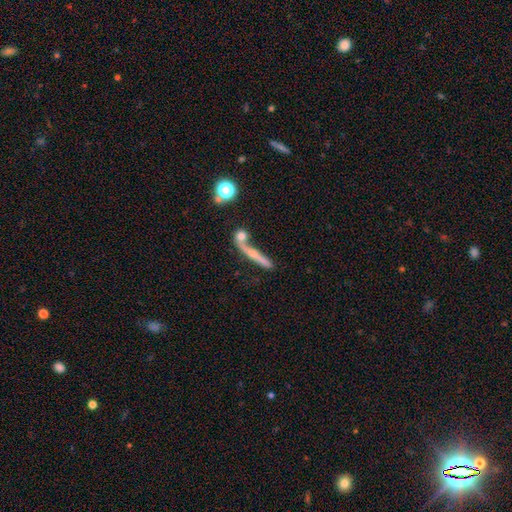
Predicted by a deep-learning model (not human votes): A smooth galaxy with no disk features (47%).

Vote fractions:
- Smooth or featured? smooth: 47% / featured or disk: 42% / star or artifact: 11%
- Merging? none: 44% / merger: 31% / minor disturbance: 13% / major disturbance: 11%